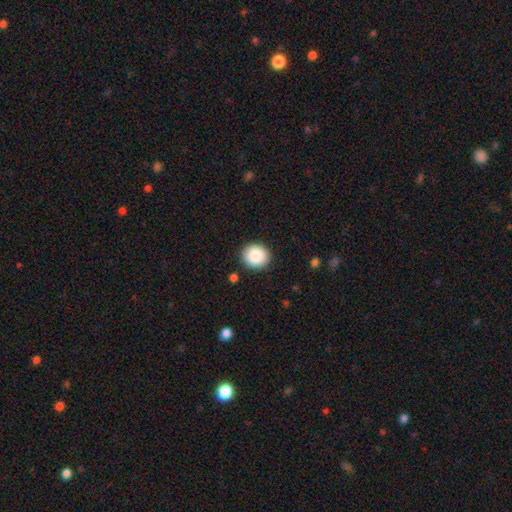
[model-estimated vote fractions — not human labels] A smooth galaxy with no disk features (87%) that is round (86%). Merging: none (90%).